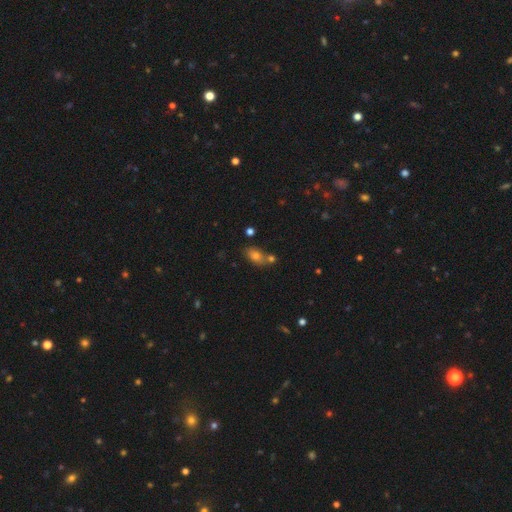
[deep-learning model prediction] smooth_or_featured: smooth (p=0.75) [alt: star or artifact p=0.13]
how_rounded: in between (p=0.84) [alt: round p=0.12]
merging: none (p=0.60) [alt: merger p=0.22]